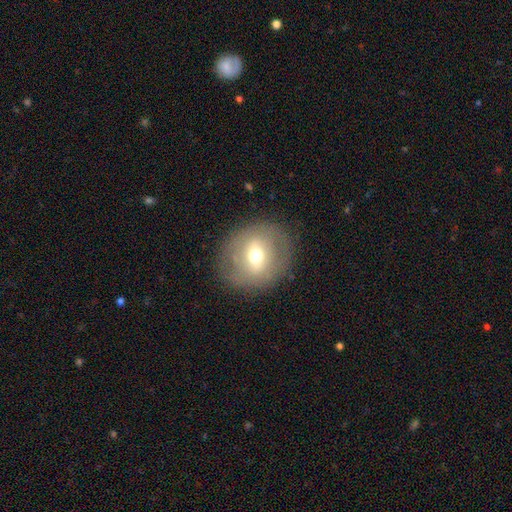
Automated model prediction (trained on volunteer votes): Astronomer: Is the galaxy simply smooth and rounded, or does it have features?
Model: smooth — 46% (runner-up: featured or disk, 45%).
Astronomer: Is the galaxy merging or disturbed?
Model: none — 83%.